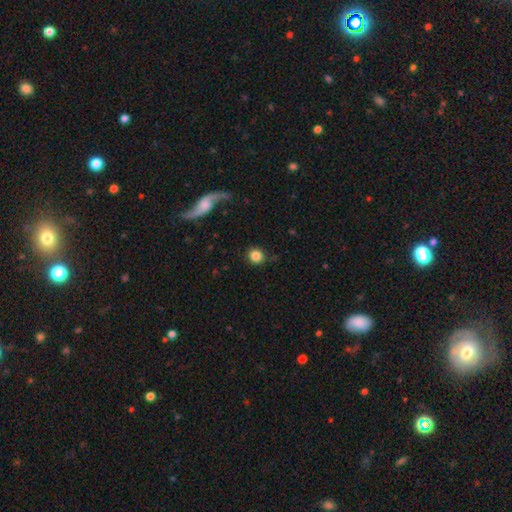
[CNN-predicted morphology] A smooth galaxy with no disk features (83%) that is round (87%).

Vote fractions:
- Smooth or featured? smooth: 83% / star or artifact: 9% / featured or disk: 7%
- How rounded? round: 87% / in between: 12% / cigar-shaped: 1%
- Merging? none: 83% / minor disturbance: 11% / major disturbance: 4% / merger: 2%